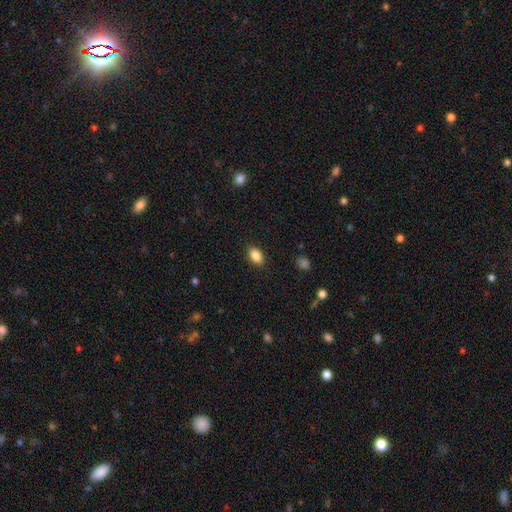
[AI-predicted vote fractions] Q: Smooth or featured?
A: smooth (86%); runner-up: star or artifact (8%)
Q: How rounded?
A: in between (87%); runner-up: round (11%)
Q: Merging?
A: none (89%); runner-up: minor disturbance (8%)